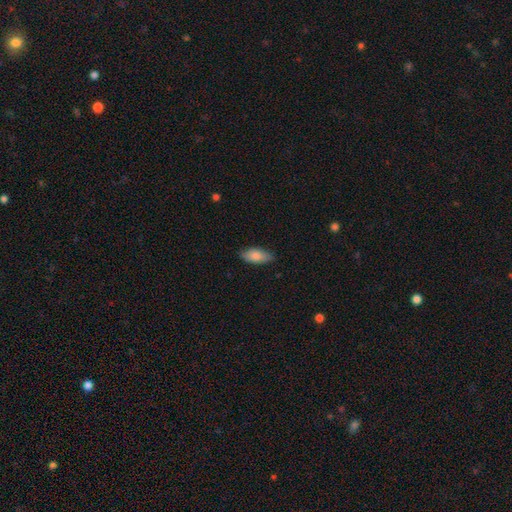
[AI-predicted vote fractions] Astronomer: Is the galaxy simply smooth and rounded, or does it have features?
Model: smooth — 84%.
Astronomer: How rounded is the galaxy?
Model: in between — 87%.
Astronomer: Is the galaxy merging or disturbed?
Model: none — 83%.